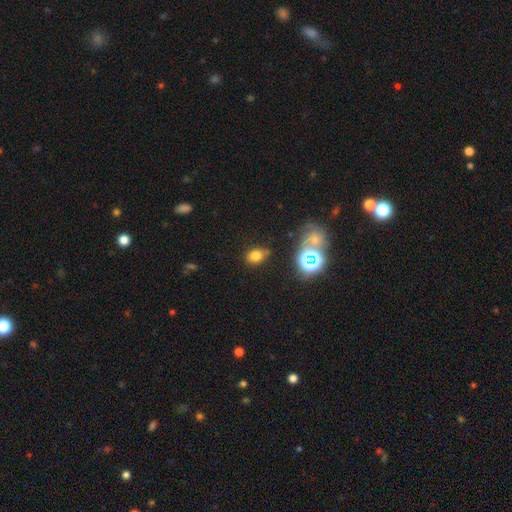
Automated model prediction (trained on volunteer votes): The model was most divided on "how rounded": in between: 66%, round: 33%, cigar-shaped: 1%. More confident: smooth or featured — smooth (73%); merging — none (71%).